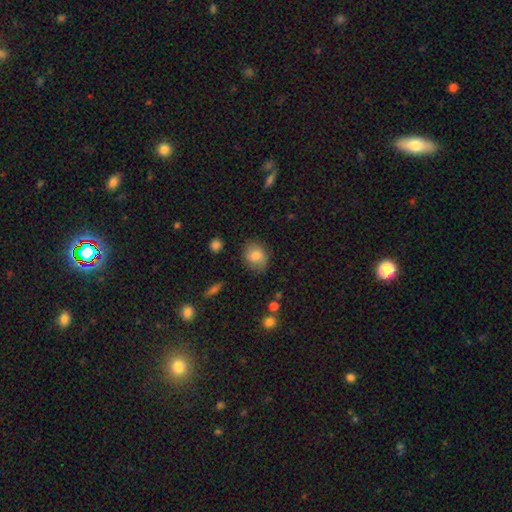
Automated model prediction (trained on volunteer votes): Smooth or featured: smooth — 77% (featured or disk — 14%)
How rounded: round — 55% (in between — 43%)
Merging: none — 76% (minor disturbance — 18%)